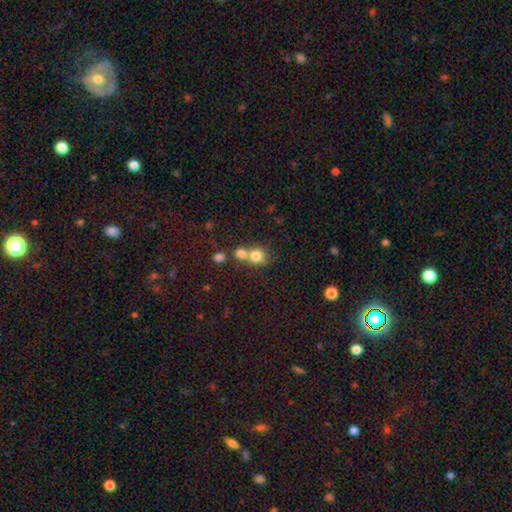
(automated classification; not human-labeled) Q: Smooth or featured?
A: smooth (79%); runner-up: star or artifact (11%)
Q: How rounded?
A: round (81%); runner-up: in between (18%)
Q: Merging?
A: merger (51%); runner-up: none (38%)